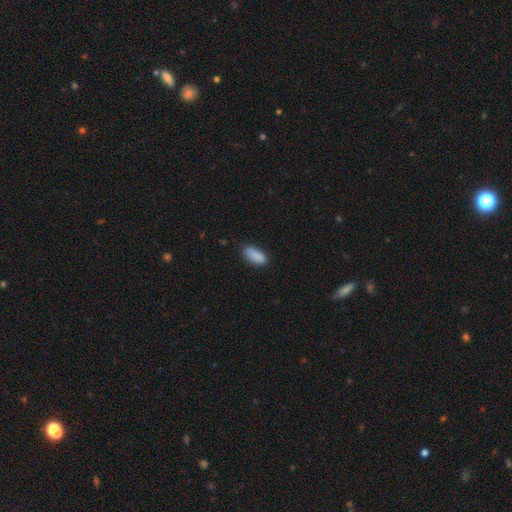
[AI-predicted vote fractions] Smooth or featured? Predicted: smooth (p=0.88). How rounded? Predicted: in between (p=0.82). Merging? Predicted: none (p=0.77).